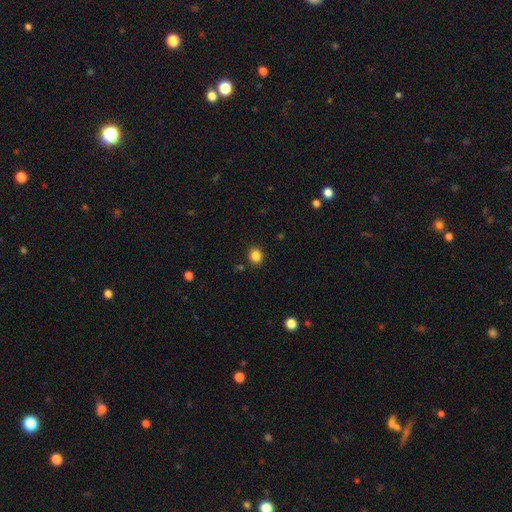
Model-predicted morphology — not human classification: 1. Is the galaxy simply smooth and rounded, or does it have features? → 84% smooth, 12% star or artifact, 5% featured or disk.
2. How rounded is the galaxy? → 73% round, 26% in between, 1% cigar-shaped.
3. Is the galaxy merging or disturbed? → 89% none, 7% minor disturbance, 2% major disturbance, 2% merger.